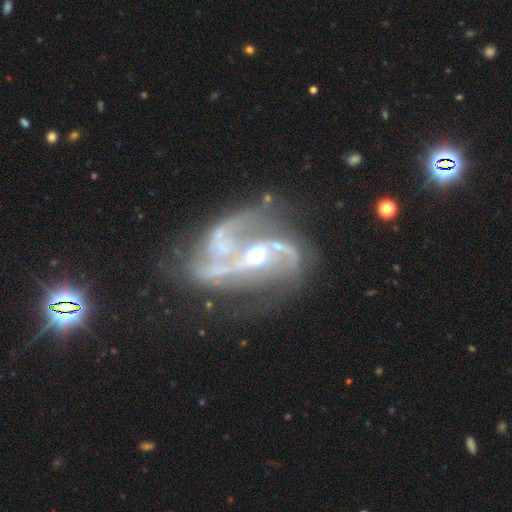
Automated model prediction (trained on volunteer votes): Smooth or featured?
  - featured or disk: 89% *
  - star or artifact: 7%
  - smooth: 3%
Edge-on disk?
  - no: 97% *
  - yes: 3%
Bar?
  - weak: 37% *
  - no: 35%
  - strong: 28%
Spiral arms?
  - yes: 97% *
  - no: 3%
Spiral winding?
  - medium: 44% *
  - loose: 43%
  - tight: 13%
Spiral arm count?
  - 2: 60% *
  - 3: 19%
  - can't tell: 8%
  - 4: 5%
  - 1: 5%
  - more than 4: 4%
Bulge size?
  - moderate: 55% *
  - small: 36%
  - large: 5%
  - none: 3%
  - dominant: 1%
Merging?
  - none: 41% *
  - major disturbance: 27%
  - minor disturbance: 17%
  - merger: 16%